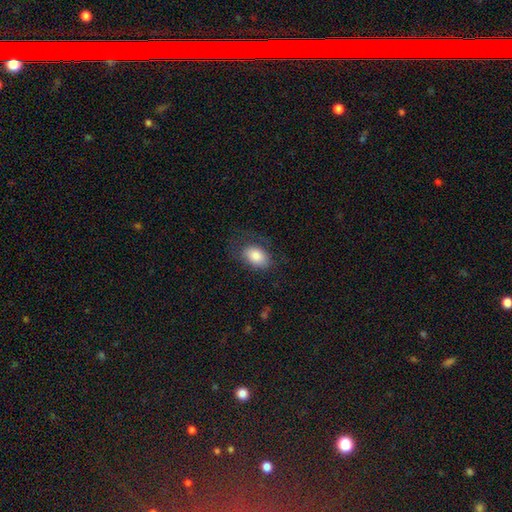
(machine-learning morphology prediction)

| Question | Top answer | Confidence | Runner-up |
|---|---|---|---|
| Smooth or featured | smooth | 80% | featured or disk (12%) |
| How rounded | in between | 88% | round (11%) |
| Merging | none | 62% | minor disturbance (21%) |